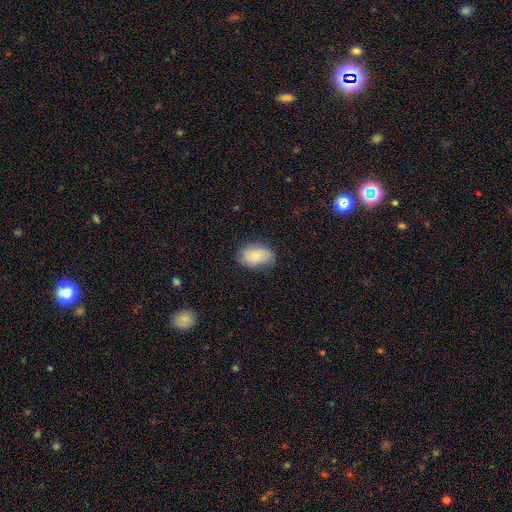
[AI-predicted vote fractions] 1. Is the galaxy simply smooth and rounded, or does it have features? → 79% smooth, 14% featured or disk, 7% star or artifact.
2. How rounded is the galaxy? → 86% in between, 13% round, 1% cigar-shaped.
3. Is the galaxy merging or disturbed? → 74% none, 21% minor disturbance, 4% major disturbance, 1% merger.